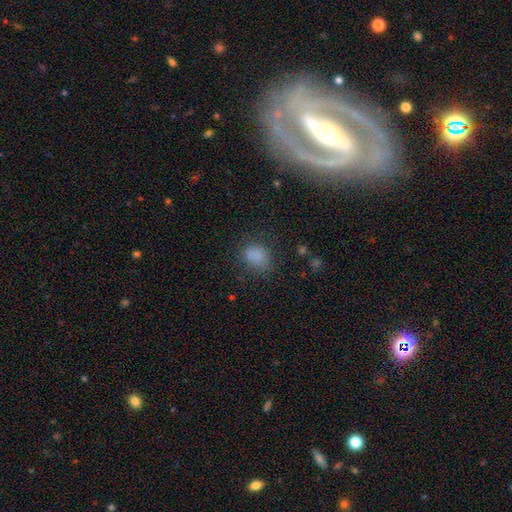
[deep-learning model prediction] This is clearly a smooth galaxy (82%). How rounded: possibly in between (54%). Merging: likely none (72%).